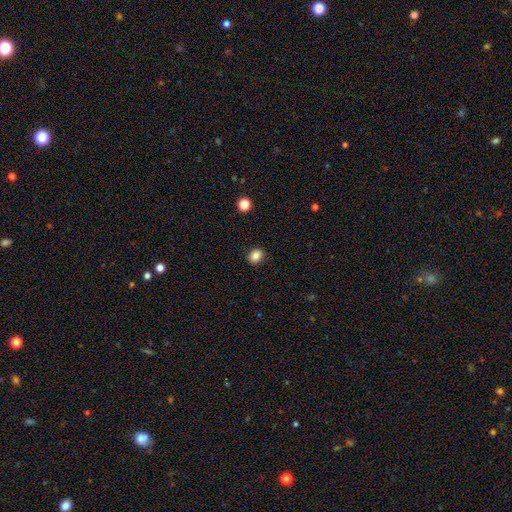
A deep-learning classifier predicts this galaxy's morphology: Smooth or featured?
  - smooth: 85% *
  - star or artifact: 11%
  - featured or disk: 5%
How rounded?
  - round: 67% *
  - in between: 32%
  - cigar-shaped: 1%
Merging?
  - none: 90% *
  - minor disturbance: 7%
  - major disturbance: 2%
  - merger: 1%